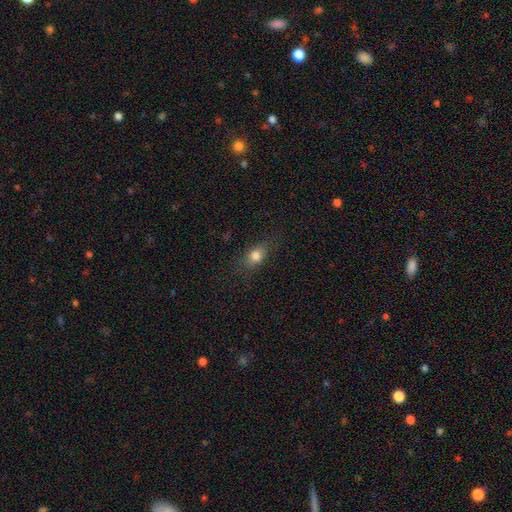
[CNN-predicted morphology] This is likely a smooth galaxy (79%). How rounded: likely in between (72%). Merging: likely none (80%).